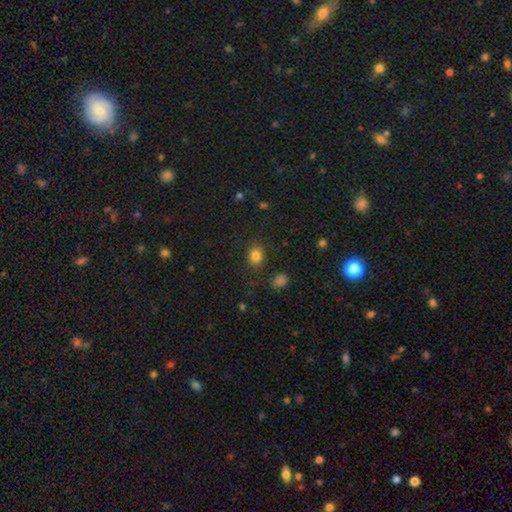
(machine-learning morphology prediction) This appears to be a smooth galaxy with no disk features (82%) that is round (50%). Merging: none (83%).